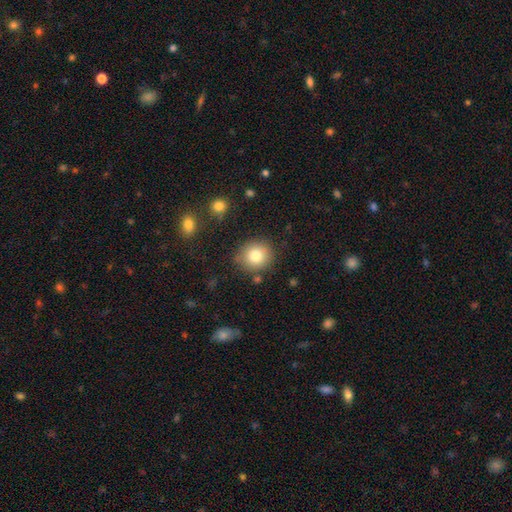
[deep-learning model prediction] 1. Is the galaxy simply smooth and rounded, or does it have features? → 79% smooth, 11% star or artifact, 10% featured or disk.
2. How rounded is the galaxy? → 84% round, 15% in between, 1% cigar-shaped.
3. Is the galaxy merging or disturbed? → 82% none, 11% minor disturbance, 4% merger, 3% major disturbance.